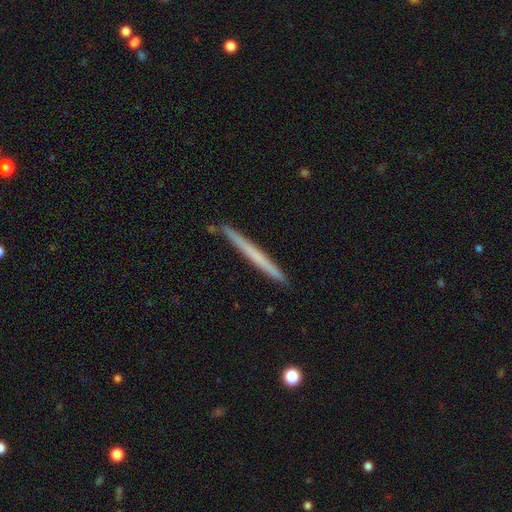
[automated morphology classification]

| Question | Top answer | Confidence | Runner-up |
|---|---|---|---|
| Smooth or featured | smooth | 52% | featured or disk (43%) |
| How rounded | cigar-shaped | 97% | in between (1%) |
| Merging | none | 90% | minor disturbance (7%) |